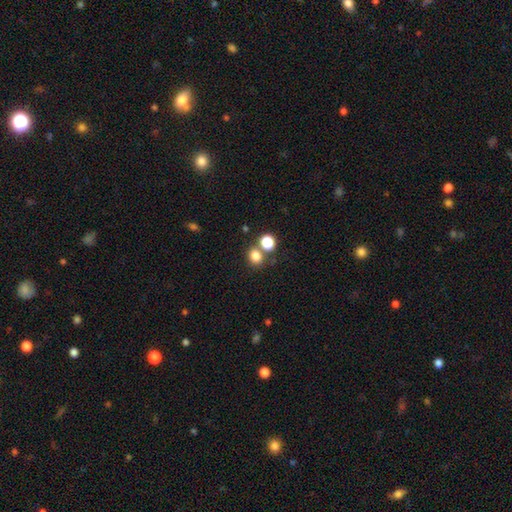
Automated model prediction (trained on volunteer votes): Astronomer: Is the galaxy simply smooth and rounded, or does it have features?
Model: smooth — 80%.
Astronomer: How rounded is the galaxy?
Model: round — 69%.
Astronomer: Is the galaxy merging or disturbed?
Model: none — 64%.